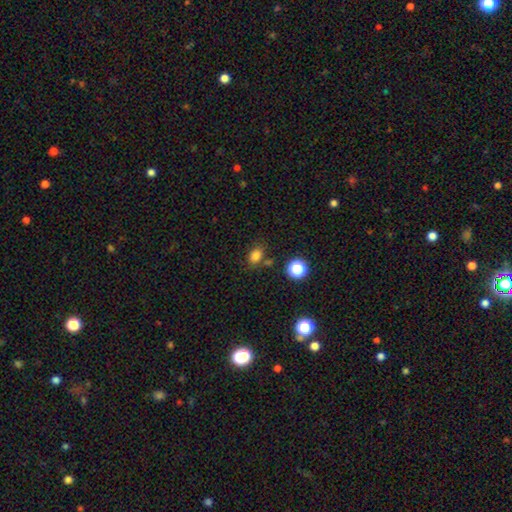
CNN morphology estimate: Overall: smooth (79%). How rounded: in between (64%; round 35%). Merging: none (72%).